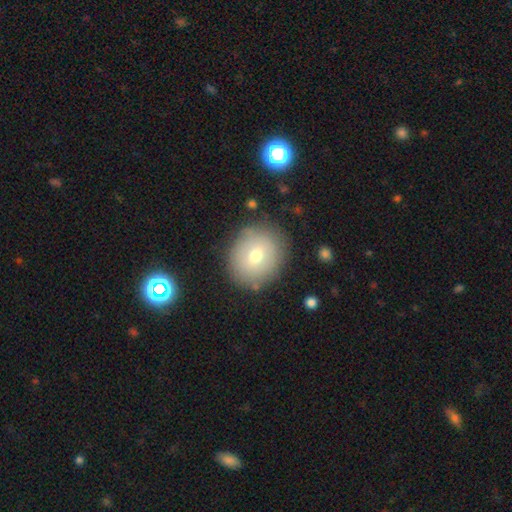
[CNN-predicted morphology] smooth-or-featured: smooth: 66% | featured or disk: 23% | star or artifact: 11%
  how-rounded: round: 75% | in between: 24% | cigar-shaped: 1%
  merging: none: 82% | minor disturbance: 12% | major disturbance: 4% | merger: 3%